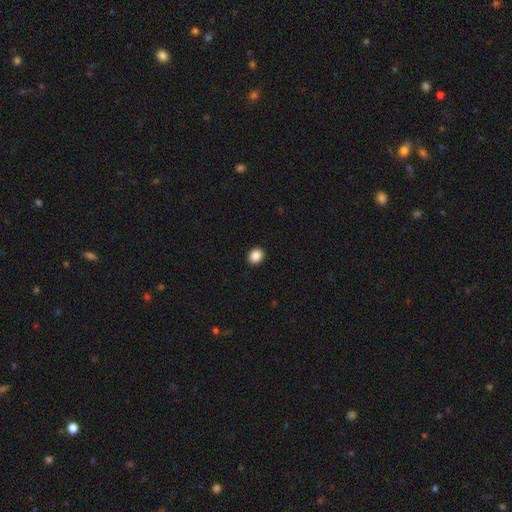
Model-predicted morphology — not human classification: Smooth or featured? smooth (88%)
How rounded? round (64%)
Merging? none (92%)